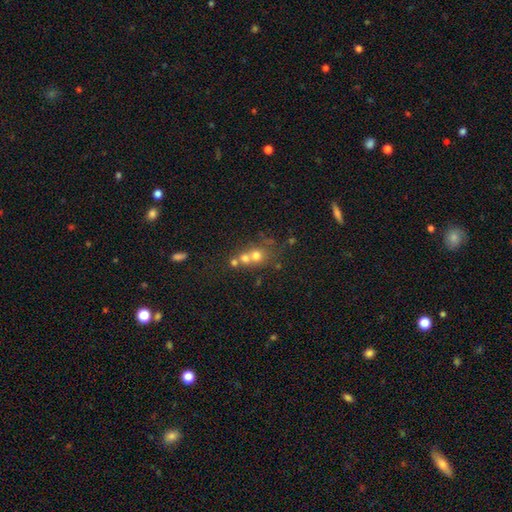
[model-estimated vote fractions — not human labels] smooth_or_featured: smooth (p=0.63) [alt: featured or disk p=0.20]
how_rounded: round (p=0.80) [alt: in between p=0.19]
merging: merger (p=0.54) [alt: none p=0.35]